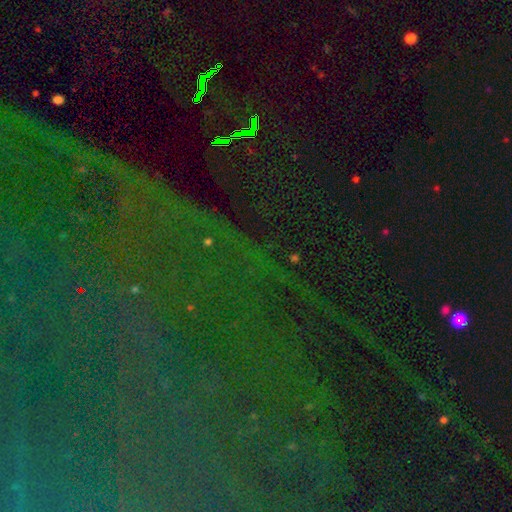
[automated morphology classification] Smooth or featured?
  - star or artifact: 86% *
  - featured or disk: 7%
  - smooth: 7%